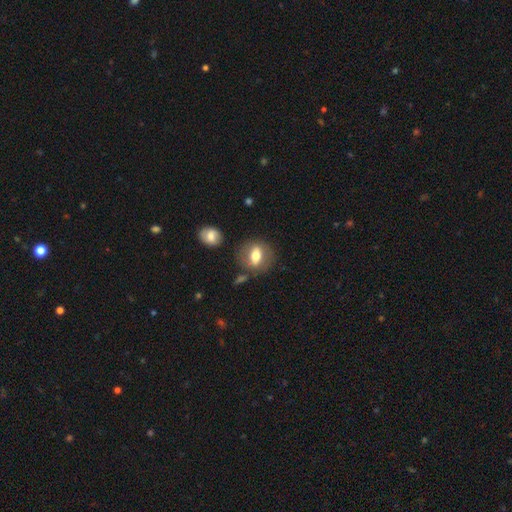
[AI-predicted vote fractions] Overall: smooth (62%; featured or disk 29%). How rounded: in between (55%; round 39%). Merging: none (74%).